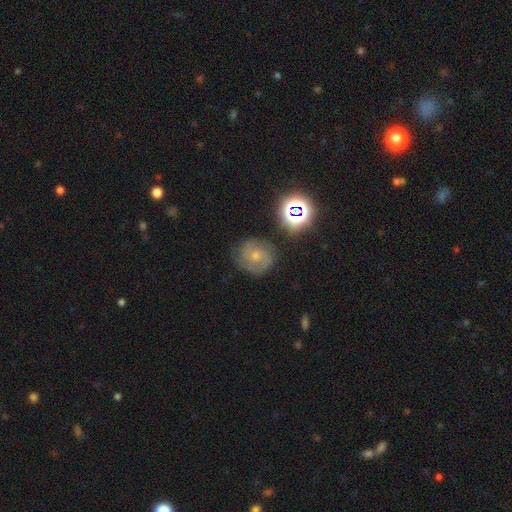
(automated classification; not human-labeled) This is likely a featured or disk galaxy (68%). It is clearly not viewed edge-on (98%). Bar: likely no (66%). Spiral arm pattern: clearly yes (92%). Spiral arm count: possibly 2 (60%). Spiral winding: possibly tight (53%). Central bulge: possibly small (56%). Merging: likely none (77%).